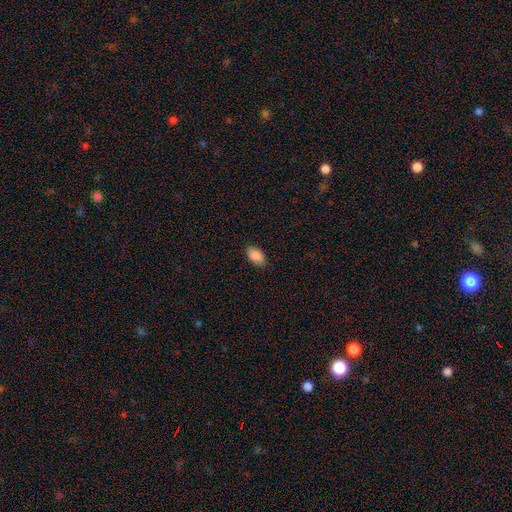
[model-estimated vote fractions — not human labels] smooth 88%, star or artifact 7%, featured or disk 5%. Down the decision tree: how rounded — in between (93%); merging — none (87%).